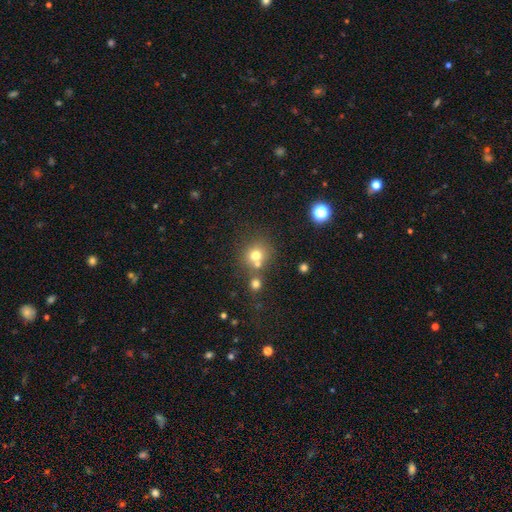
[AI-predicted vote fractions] smooth 73%, star or artifact 16%, featured or disk 12%. Down the decision tree: how rounded — round (85%); merging — none (56%).